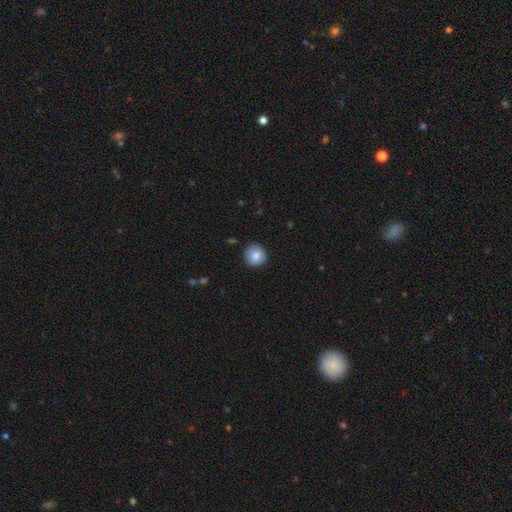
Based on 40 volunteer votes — Smooth or featured? smooth (85%)
How rounded? round (85%)
Merging? none (92%)